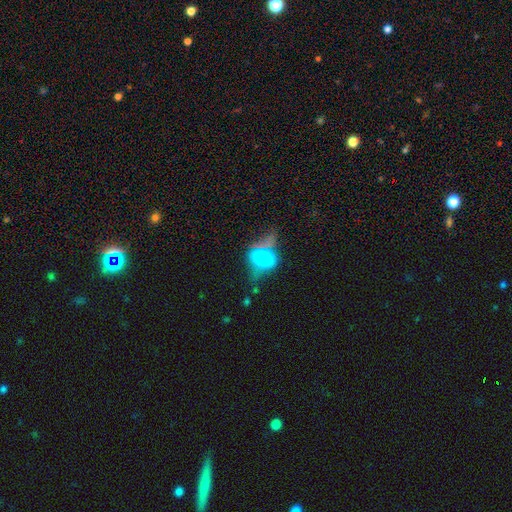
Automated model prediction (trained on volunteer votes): smooth 58%, featured or disk 27%, star or artifact 15%. Down the decision tree: how rounded — in between (65%); merging — none (38%).